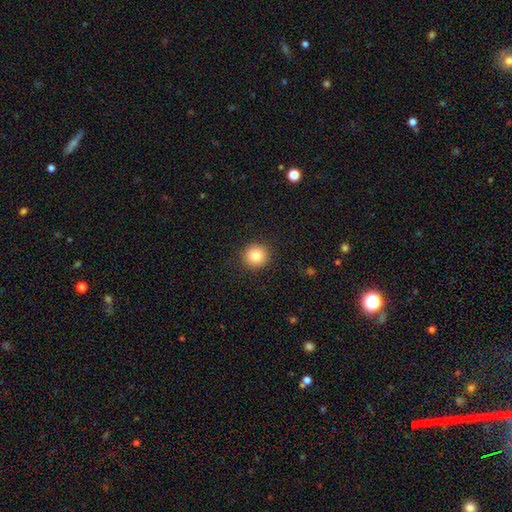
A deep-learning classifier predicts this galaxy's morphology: type=smooth (82%); roundness=round (94%); merging=none (92%).